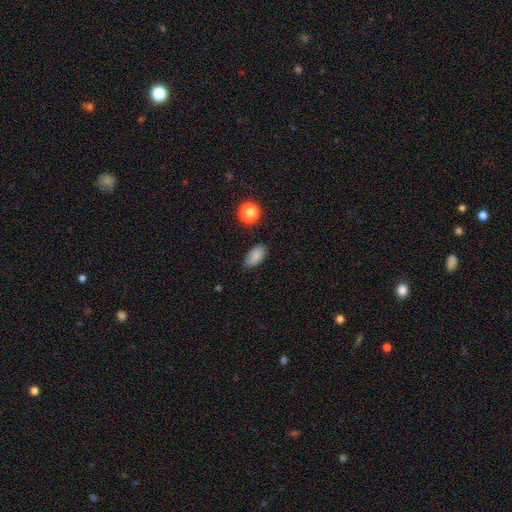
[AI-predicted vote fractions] smooth_or_featured: smooth (p=0.83) [alt: star or artifact p=0.10]
how_rounded: in between (p=0.91) [alt: round p=0.06]
merging: none (p=0.81) [alt: minor disturbance p=0.14]